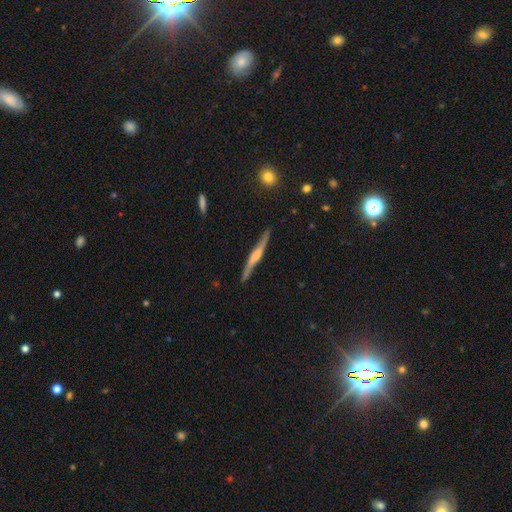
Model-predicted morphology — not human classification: This is likely a featured or disk galaxy (63%). It is clearly viewed edge-on (88%). Edge-on bulge: marginally rounded (41%). Merging: clearly none (81%).